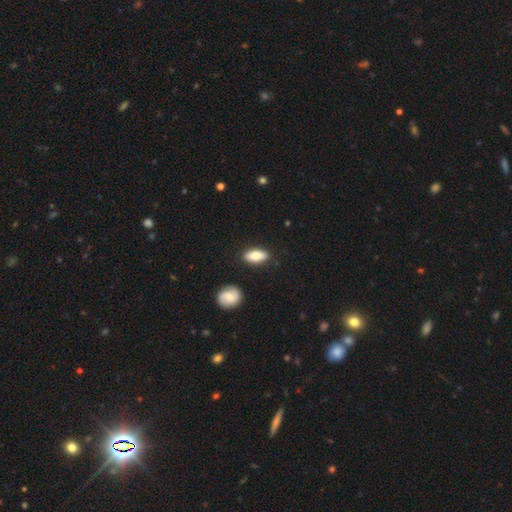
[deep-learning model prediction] smooth_or_featured: smooth (p=0.77) [alt: featured or disk p=0.17]
how_rounded: in between (p=0.83) [alt: cigar-shaped p=0.13]
merging: none (p=0.86) [alt: minor disturbance p=0.10]